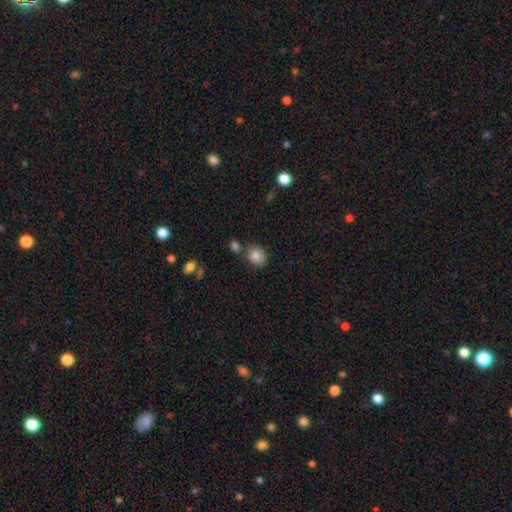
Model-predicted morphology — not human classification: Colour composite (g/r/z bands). It shows a smooth galaxy with no disk features (85%) that is round (55%). Merging: none (67%).